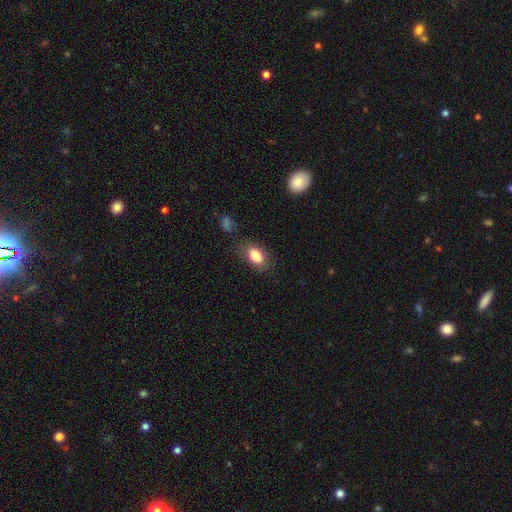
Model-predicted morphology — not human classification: Overall: smooth (82%). How rounded: in between (86%). Merging: none (75%).